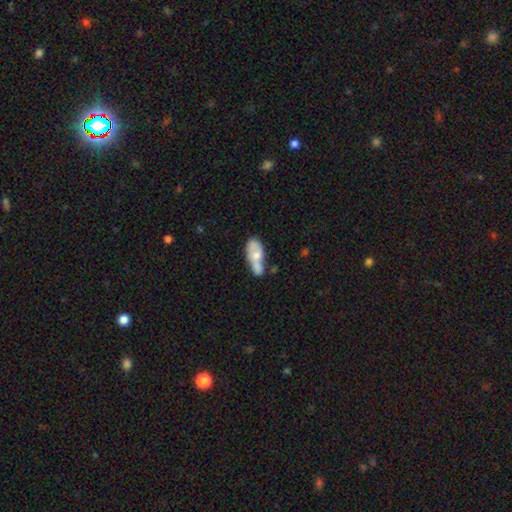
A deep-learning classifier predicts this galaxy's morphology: smooth 59%, featured or disk 34%, star or artifact 7%. Down the decision tree: how rounded — in between (82%); merging — merger (44%).